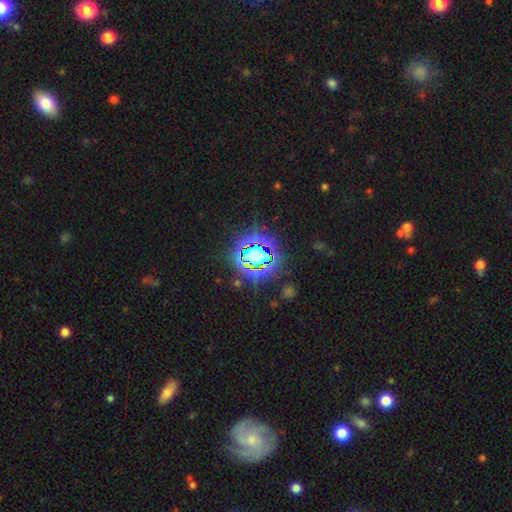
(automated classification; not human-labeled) star or artifact 74%, smooth 15%, featured or disk 11%.